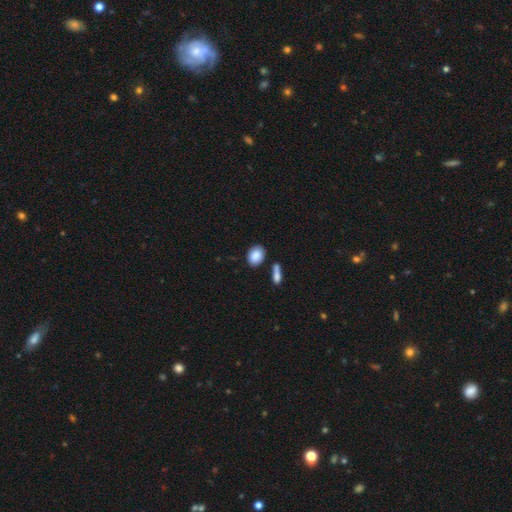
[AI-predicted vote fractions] smooth 87%, star or artifact 7%, featured or disk 6%. Down the decision tree: how rounded — in between (69%); merging — none (71%).